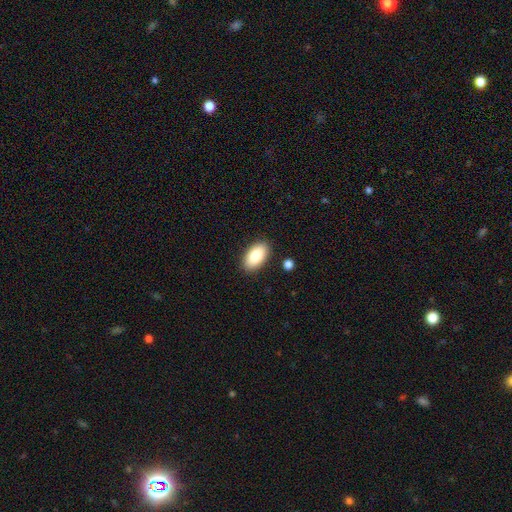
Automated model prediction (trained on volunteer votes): This appears to be a smooth galaxy with no disk features (87%) that is in between round and cigar-shaped (94%). Merging: none (88%).